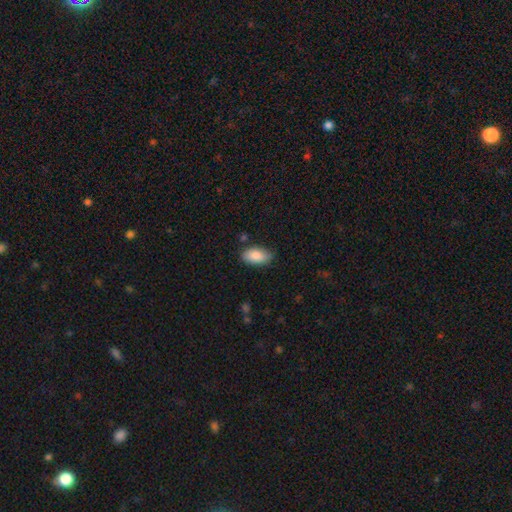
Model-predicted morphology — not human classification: This appears to be a smooth galaxy with no disk features (86%) that is in between round and cigar-shaped (94%). Merging: none (76%).